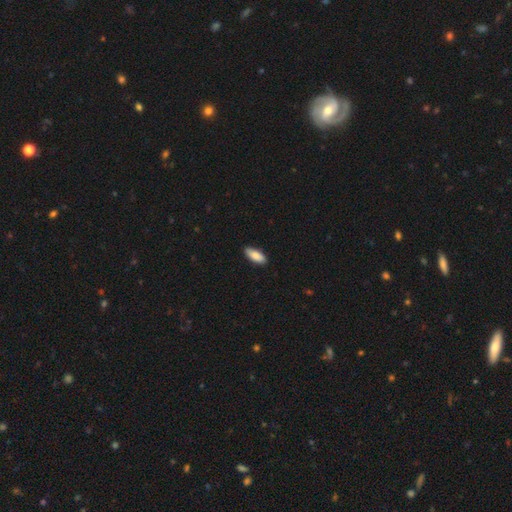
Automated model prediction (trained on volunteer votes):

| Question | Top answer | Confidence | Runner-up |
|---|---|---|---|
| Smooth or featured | smooth | 86% | featured or disk (8%) |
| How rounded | in between | 80% | cigar-shaped (18%) |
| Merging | none | 87% | minor disturbance (11%) |